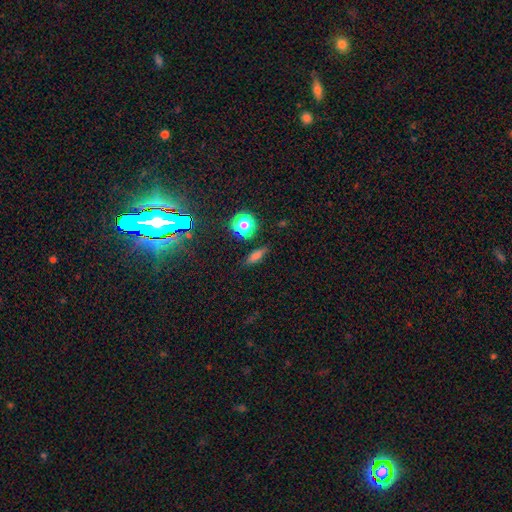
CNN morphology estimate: Smooth or featured? smooth (61%)
How rounded? cigar-shaped (43%, tied with in between)
Merging? none (80%)